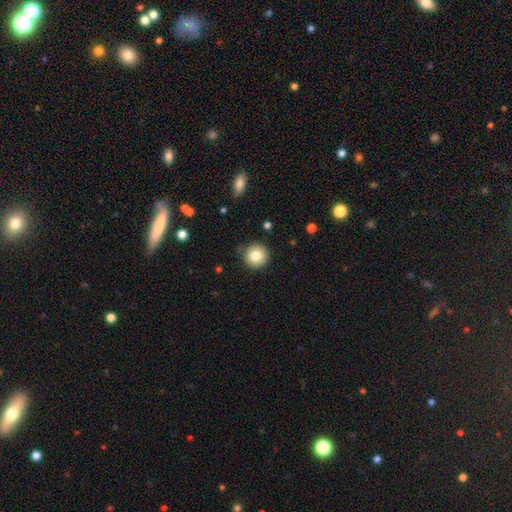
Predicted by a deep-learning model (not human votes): smooth-or-featured: smooth: 81% | star or artifact: 10% | featured or disk: 9%
  how-rounded: round: 95% | in between: 4% | cigar-shaped: 1%
  merging: none: 87% | minor disturbance: 9% | major disturbance: 2% | merger: 1%